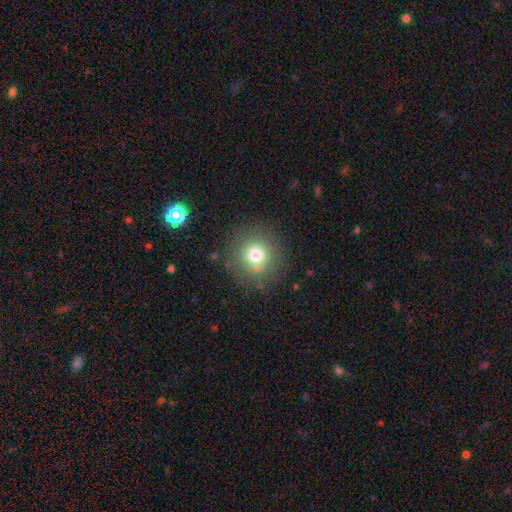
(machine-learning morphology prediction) Smooth or featured?
  - smooth: 73% *
  - star or artifact: 15%
  - featured or disk: 12%
How rounded?
  - round: 93% *
  - in between: 6%
  - cigar-shaped: 1%
Merging?
  - none: 83% *
  - minor disturbance: 9%
  - major disturbance: 4%
  - merger: 4%